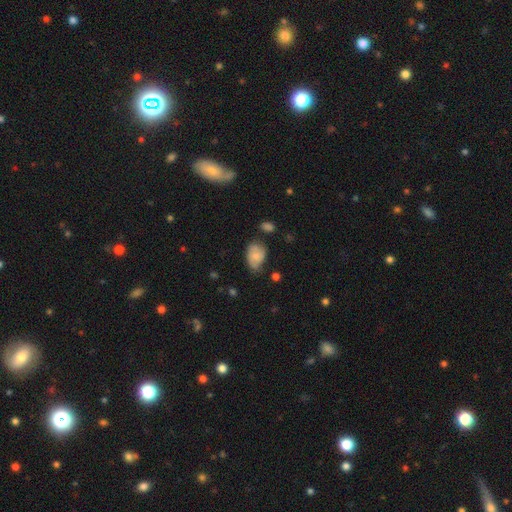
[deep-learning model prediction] The model was most divided on "merging": none: 49%, minor disturbance: 37%, major disturbance: 10%, merger: 4%. More confident: how rounded — in between (82%); smooth or featured — smooth (63%).